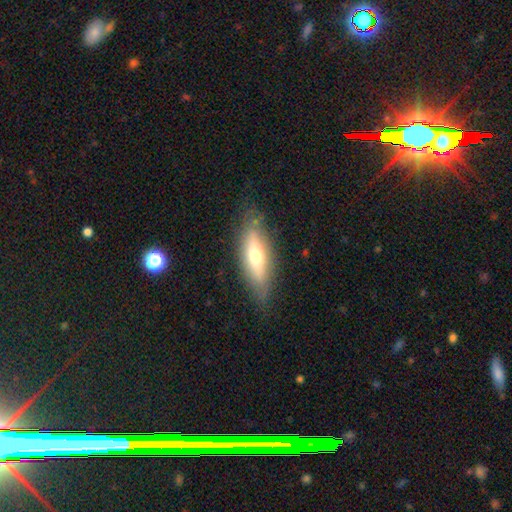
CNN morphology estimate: smooth-or-featured: smooth: 53% | featured or disk: 41% | star or artifact: 7%
  how-rounded: in between: 50% | cigar-shaped: 47% | round: 2%
  merging: none: 79% | minor disturbance: 15% | major disturbance: 4% | merger: 1%